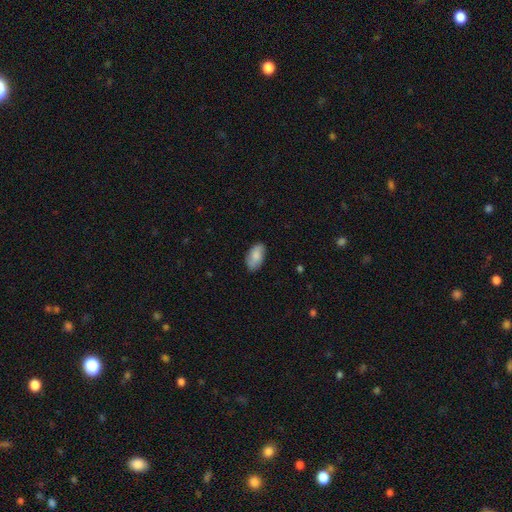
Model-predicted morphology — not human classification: A smooth galaxy with no disk features (82%) that is in between round and cigar-shaped (94%).

Vote fractions:
- Smooth or featured? smooth: 82% / featured or disk: 11% / star or artifact: 6%
- How rounded? in between: 94% / round: 3% / cigar-shaped: 3%
- Merging? none: 81% / minor disturbance: 15% / major disturbance: 3% / merger: 1%